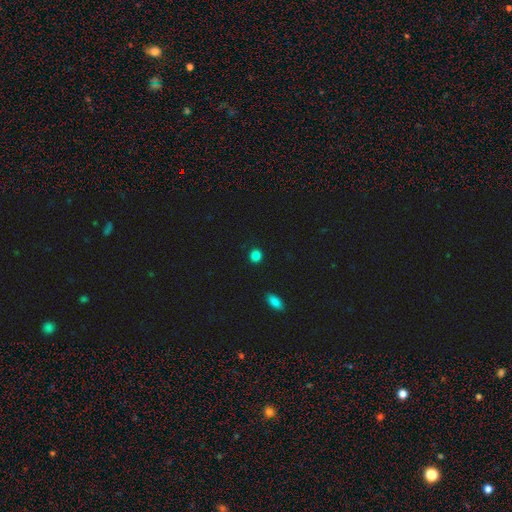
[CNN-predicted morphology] type=smooth (85%); roundness=round (87%); merging=none (91%).